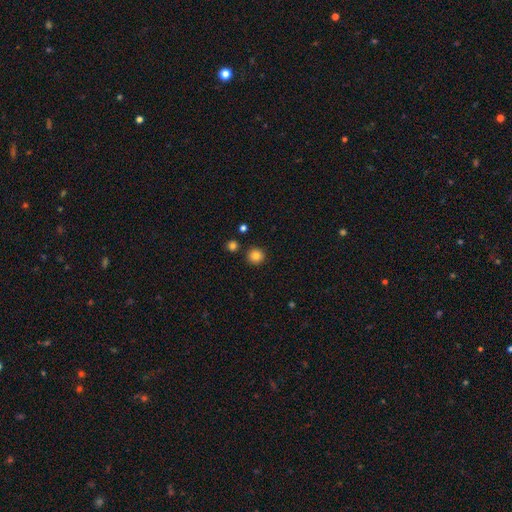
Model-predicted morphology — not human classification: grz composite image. It shows a smooth galaxy with no disk features (84%) that is round (94%). Merging: none (89%).